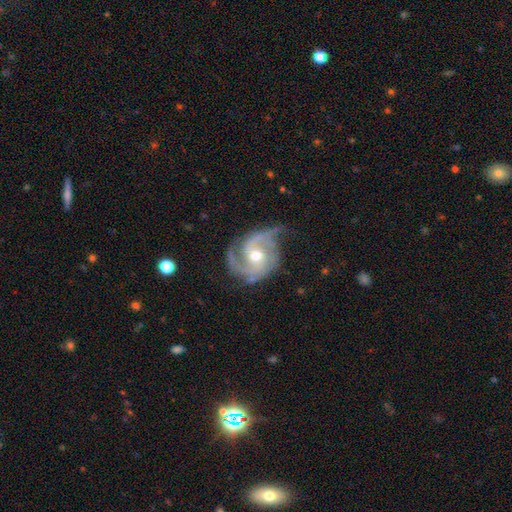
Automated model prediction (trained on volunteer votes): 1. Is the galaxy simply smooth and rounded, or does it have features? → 91% featured or disk, 5% smooth, 5% star or artifact.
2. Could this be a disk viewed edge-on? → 98% no, 2% yes.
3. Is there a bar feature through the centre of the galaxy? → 57% no, 33% weak, 10% strong.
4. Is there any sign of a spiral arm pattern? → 97% yes, 3% no.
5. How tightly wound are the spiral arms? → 49% medium, 35% tight, 16% loose.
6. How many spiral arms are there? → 55% 2, 26% 3, 7% can't tell, 4% 1, 4% 4, 3% more than 4.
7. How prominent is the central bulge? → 74% moderate, 19% small, 5% large, 1% none, 1% dominant.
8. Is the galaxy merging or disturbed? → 63% none, 24% minor disturbance, 12% major disturbance, 2% merger.